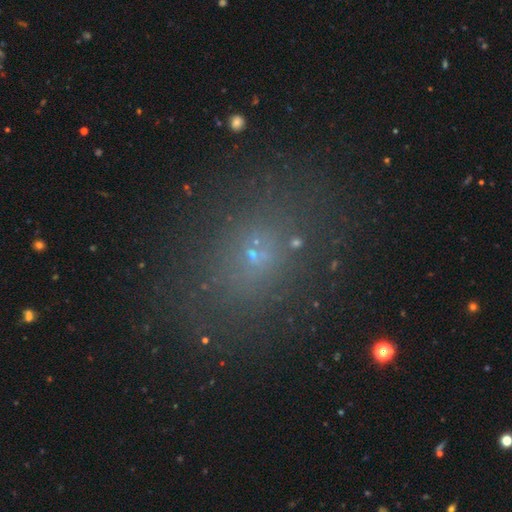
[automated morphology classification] Smooth or featured? smooth (48%)
Merging? none (73%)